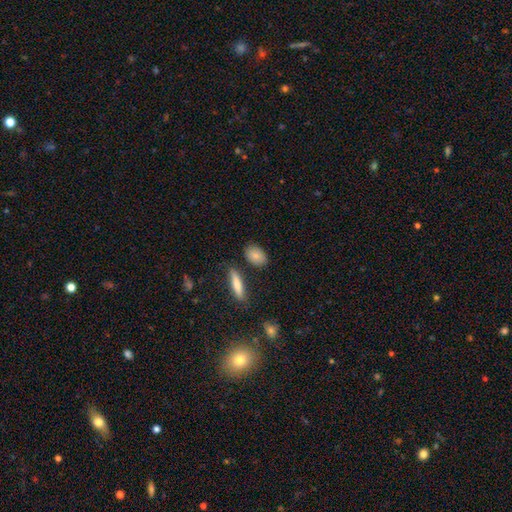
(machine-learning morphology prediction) Smooth or featured? Predicted: smooth (p=0.84). How rounded? Predicted: in between (p=0.82). Merging? Predicted: none (p=0.81).